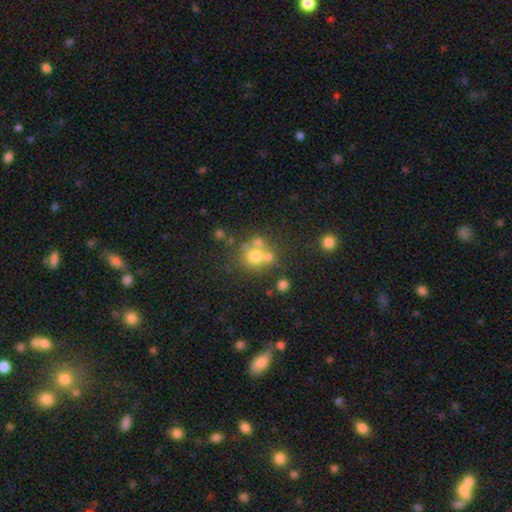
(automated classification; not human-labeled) A smooth galaxy with no disk features (63%) that is round (85%). Merging: none (51%).